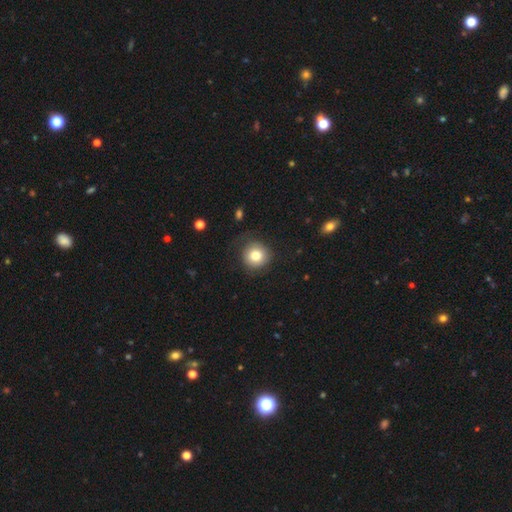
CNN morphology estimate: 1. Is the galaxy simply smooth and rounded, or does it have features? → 81% smooth, 10% featured or disk, 9% star or artifact.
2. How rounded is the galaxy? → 93% round, 7% in between, 1% cigar-shaped.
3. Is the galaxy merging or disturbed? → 78% none, 15% minor disturbance, 7% major disturbance, 1% merger.